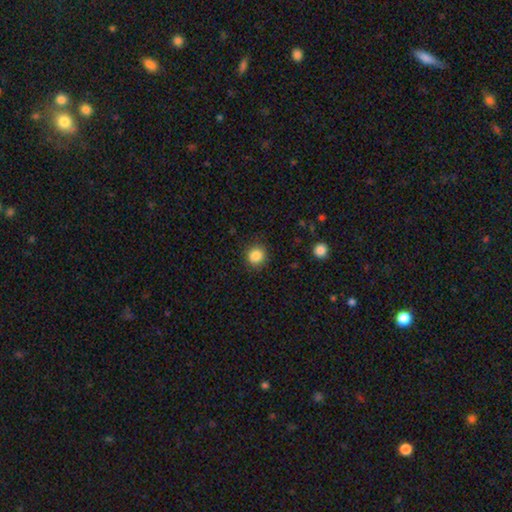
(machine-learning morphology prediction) Overall: smooth (86%). How rounded: round (90%). Merging: none (89%).